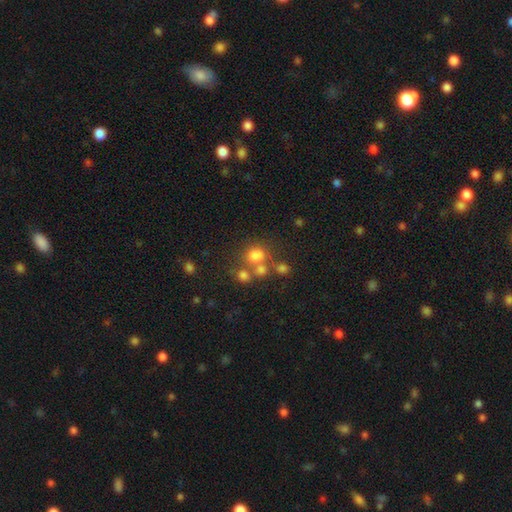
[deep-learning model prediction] Morphology: type=smooth (68%); roundness=round (75%); merging=none (49%).